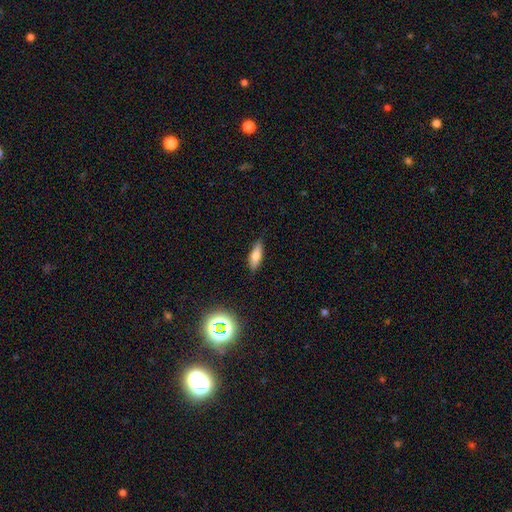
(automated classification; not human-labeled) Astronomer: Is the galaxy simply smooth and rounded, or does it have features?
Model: smooth — 70%.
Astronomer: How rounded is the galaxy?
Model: in between — 54% (runner-up: cigar-shaped, 43%).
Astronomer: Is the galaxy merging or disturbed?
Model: none — 86%.